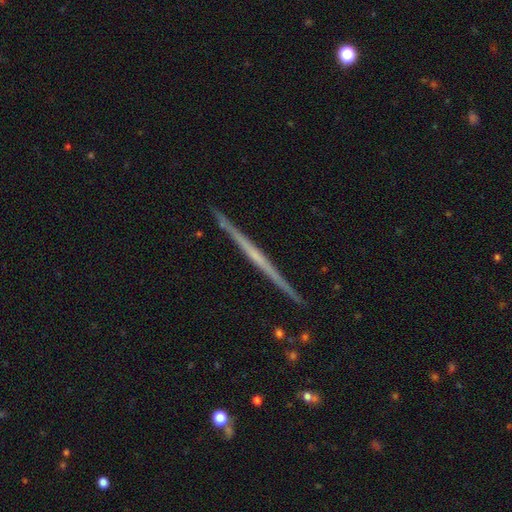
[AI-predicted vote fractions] Smooth or featured: featured or disk — 73% (smooth — 22%)
Edge-on disk: yes — 98% (no — 2%)
Edge-on bulge: none — 79% (rounded — 16%)
Merging: none — 93% (minor disturbance — 5%)